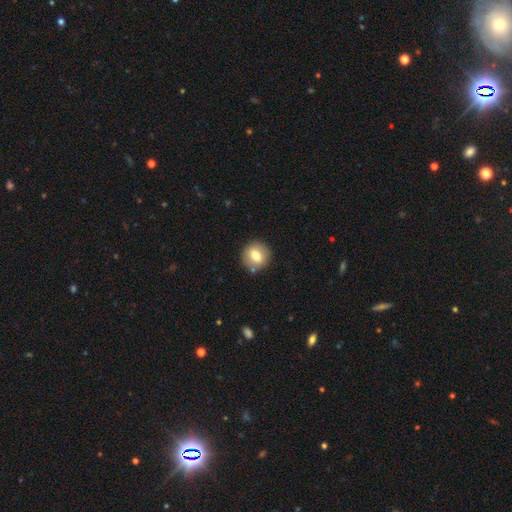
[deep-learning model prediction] Morphology: type=smooth (72%); roundness=round (87%); merging=none (87%).